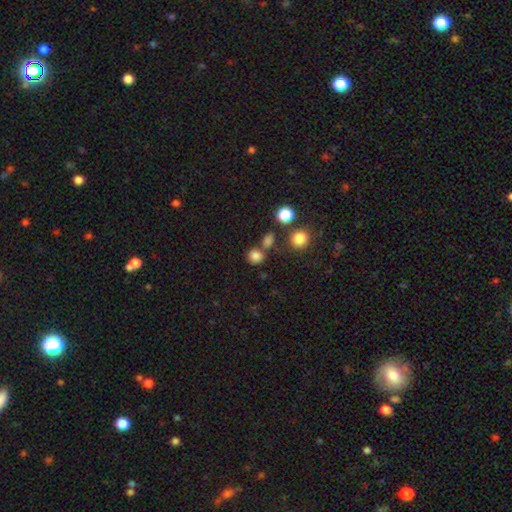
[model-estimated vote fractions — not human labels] A smooth galaxy with no disk features (80%) that is round (77%). Merging: none (65%).